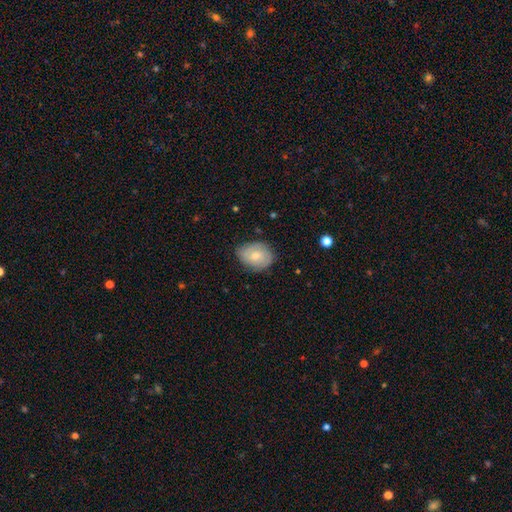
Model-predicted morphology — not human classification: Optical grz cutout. It shows a smooth galaxy with no disk features (56%) that is in between round and cigar-shaped (65%). Merging: none (73%).